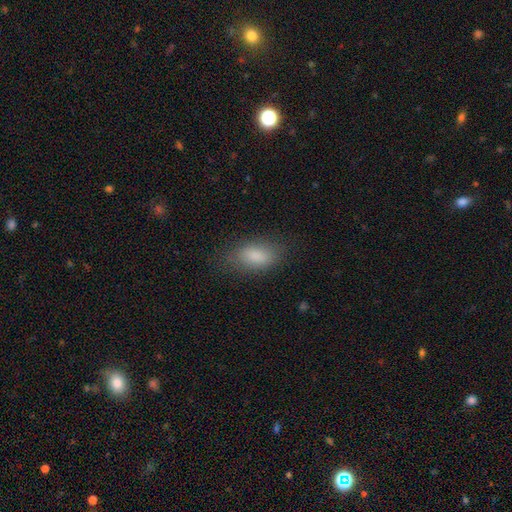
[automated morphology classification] smooth-or-featured: smooth: 85% | featured or disk: 8% | star or artifact: 7%
  how-rounded: in between: 90% | round: 5% | cigar-shaped: 5%
  merging: none: 76% | minor disturbance: 17% | major disturbance: 6% | merger: 1%